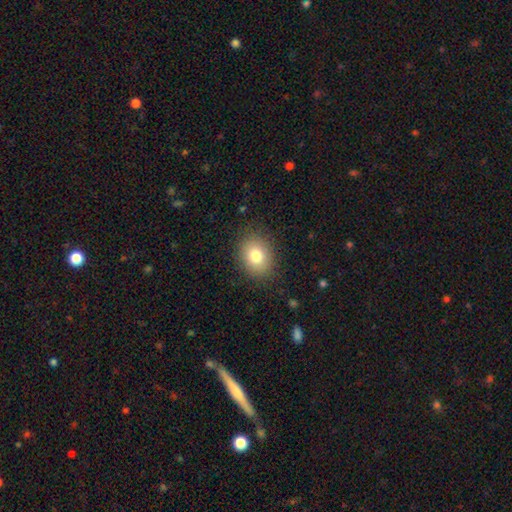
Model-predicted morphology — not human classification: Smooth or featured?
  - smooth: 79% *
  - featured or disk: 10%
  - star or artifact: 10%
How rounded?
  - in between: 50% *
  - round: 49%
  - cigar-shaped: 1%
Merging?
  - none: 86% *
  - minor disturbance: 10%
  - major disturbance: 3%
  - merger: 1%